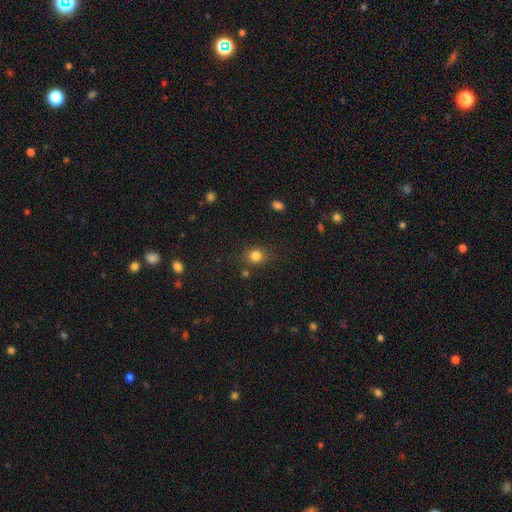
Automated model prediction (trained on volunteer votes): smooth-or-featured: smooth: 82% | star or artifact: 12% | featured or disk: 6%
  how-rounded: round: 68% | in between: 31% | cigar-shaped: 1%
  merging: none: 78% | minor disturbance: 14% | major disturbance: 4% | merger: 4%